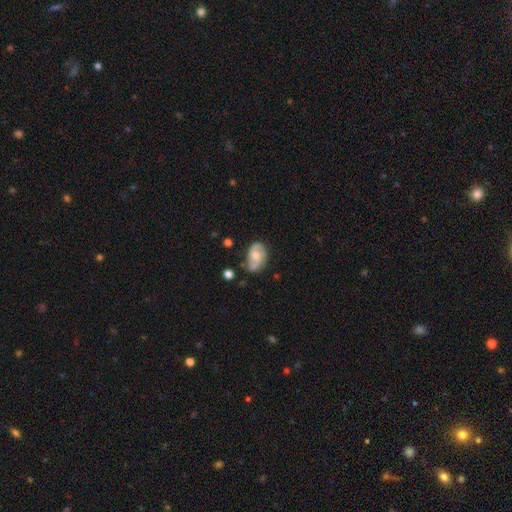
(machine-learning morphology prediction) A featured or disk galaxy (65%) with no bar (63%), 2 (82%) medium (42%) spiral arms (86%) and a moderate central bulge (65%).

Vote fractions:
- Smooth or featured? featured or disk: 65% / smooth: 28% / star or artifact: 7%
- Edge-on disk? no: 96% / yes: 4%
- Bar? no: 63% / weak: 30% / strong: 7%
- Spiral arms? yes: 86% / no: 14%
- Spiral winding? medium: 42% / loose: 38% / tight: 20%
- Spiral arm count? 2: 82% / can't tell: 9% / 1: 3% / 3: 3% / 4: 1% / more than 4: 1%
- Bulge size? moderate: 65% / small: 27% / large: 4% / none: 2% / dominant: 1%
- Merging? none: 63% / minor disturbance: 25% / major disturbance: 8% / merger: 4%